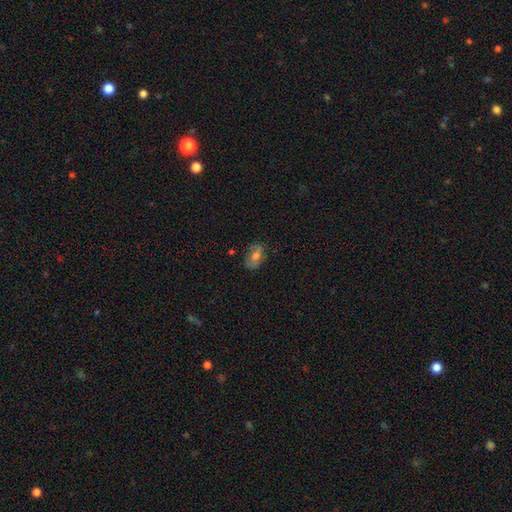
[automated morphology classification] smooth 51%, featured or disk 33%, star or artifact 16%. Down the decision tree: how rounded — in between (82%); merging — none (71%).